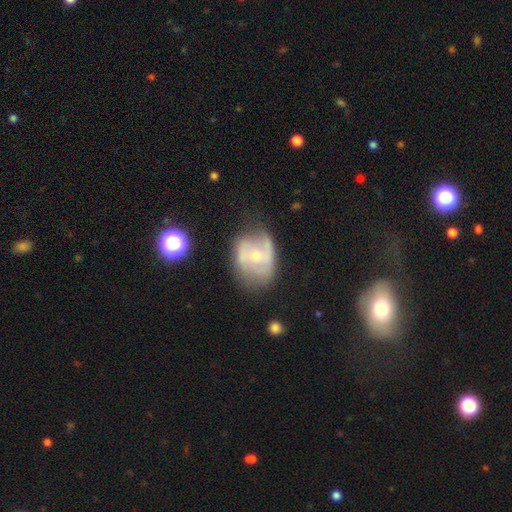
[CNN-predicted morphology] featured or disk 66%, smooth 26%, star or artifact 8%. Down the decision tree: edge-on disk — no (97%); bar — no (62%); spiral arms — yes (71%); bulge size — small (55%); merging — none (46%).